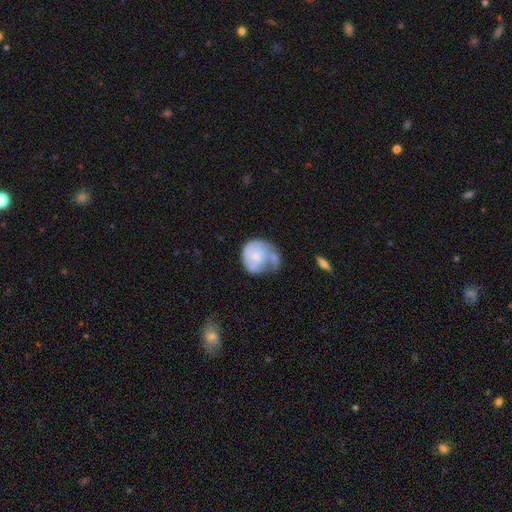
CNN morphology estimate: Smooth or featured? smooth (50%)
Merging? minor disturbance (27%)